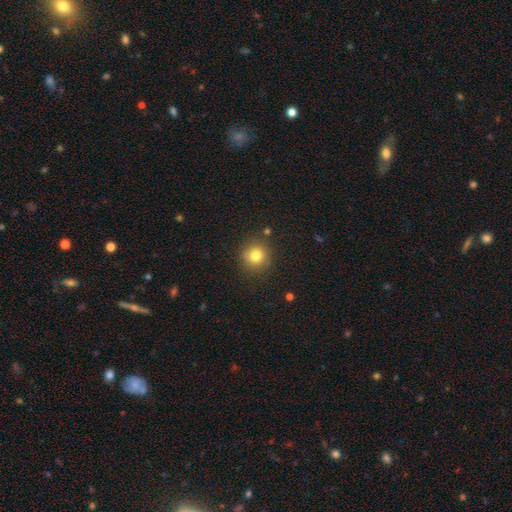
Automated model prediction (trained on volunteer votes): Overall: smooth (79%). How rounded: round (92%). Merging: none (86%).